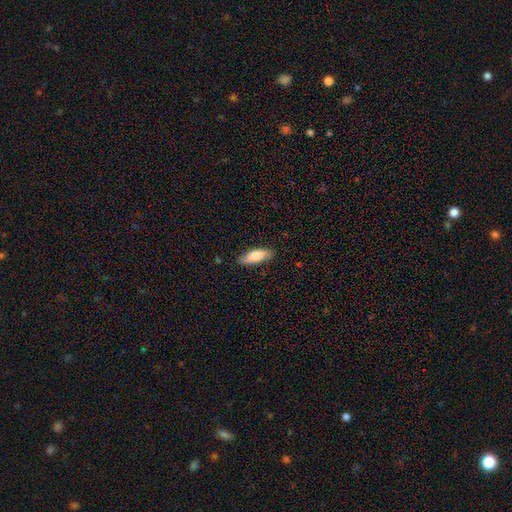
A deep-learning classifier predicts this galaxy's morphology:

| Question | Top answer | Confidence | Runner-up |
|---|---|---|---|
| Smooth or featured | smooth | 77% | featured or disk (17%) |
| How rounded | in between | 59% | cigar-shaped (39%) |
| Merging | none | 83% | minor disturbance (14%) |